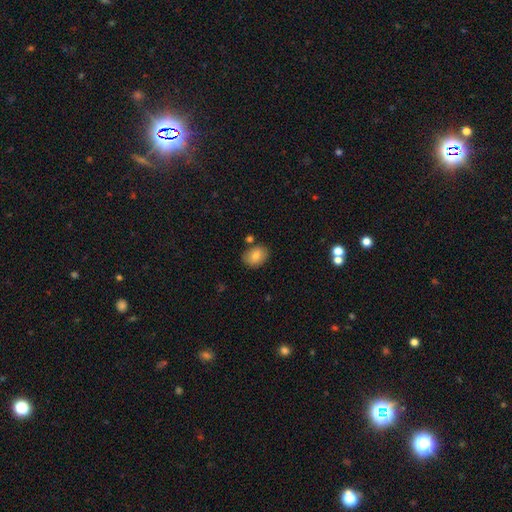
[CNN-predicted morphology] Smooth or featured?
  - smooth: 81% *
  - featured or disk: 10%
  - star or artifact: 9%
How rounded?
  - in between: 65% *
  - round: 34%
  - cigar-shaped: 1%
Merging?
  - none: 78% *
  - minor disturbance: 13%
  - merger: 7%
  - major disturbance: 3%